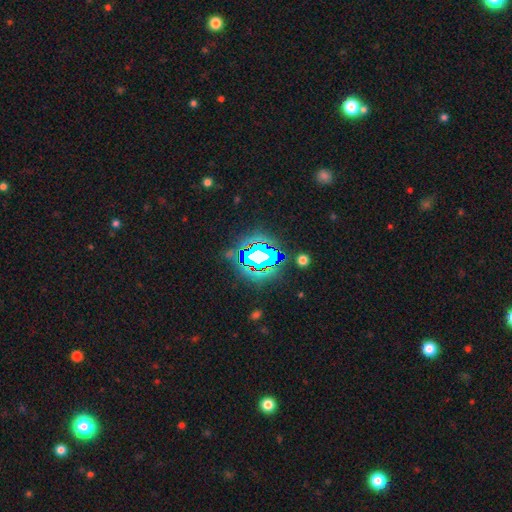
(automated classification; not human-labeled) smooth-or-featured: star or artifact: 72% | smooth: 16% | featured or disk: 12%